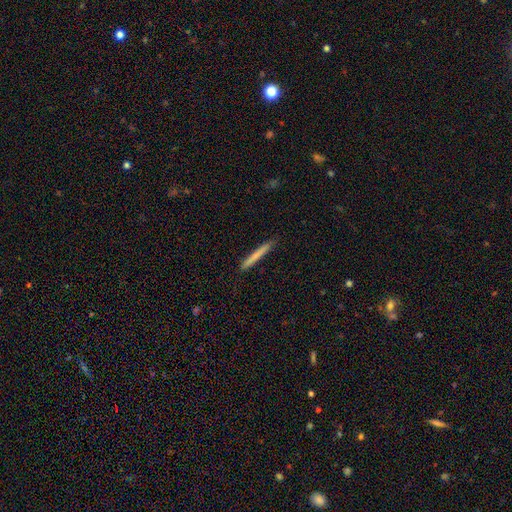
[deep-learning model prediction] The model was most divided on "smooth or featured": smooth: 73%, featured or disk: 21%, star or artifact: 6%. More confident: how rounded — cigar-shaped (97%); merging — none (91%).